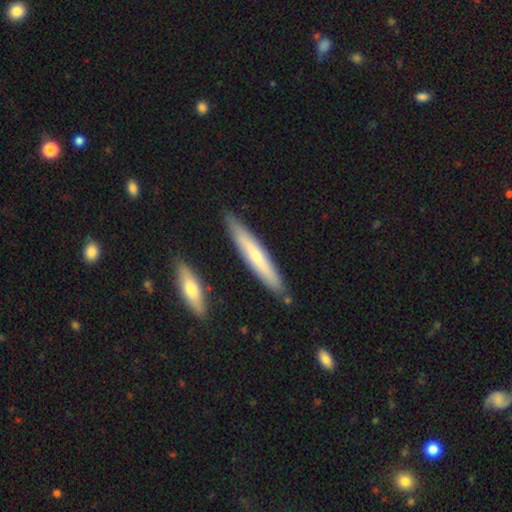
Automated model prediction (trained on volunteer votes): Smooth or featured?
  - smooth: 55% *
  - featured or disk: 40%
  - star or artifact: 5%
How rounded?
  - cigar-shaped: 90% *
  - in between: 8%
  - round: 1%
Merging?
  - none: 86% *
  - minor disturbance: 10%
  - merger: 3%
  - major disturbance: 2%